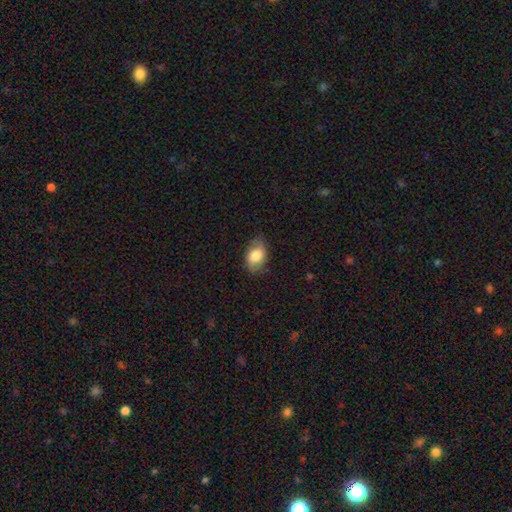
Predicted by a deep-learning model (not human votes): Smooth or featured: smooth — 79% (featured or disk — 14%)
How rounded: in between — 89% (round — 10%)
Merging: none — 73% (minor disturbance — 21%)